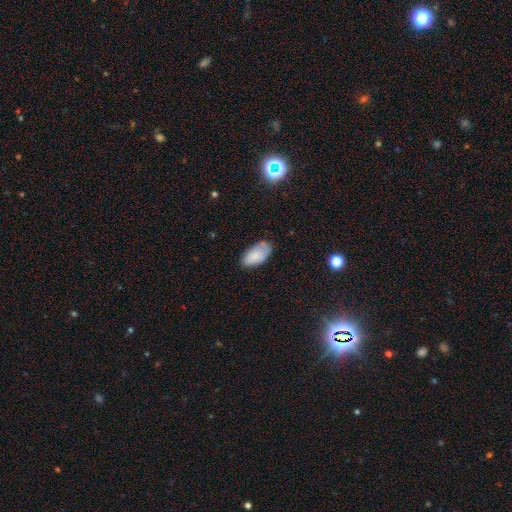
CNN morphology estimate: Overall: smooth (78%). How rounded: in between (95%). Merging: none (67%).